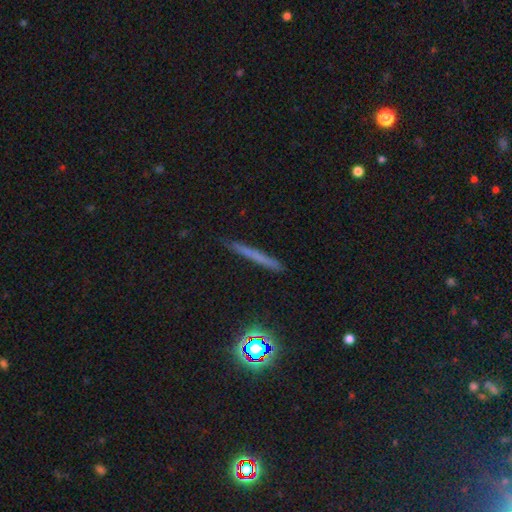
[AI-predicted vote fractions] Overall: smooth (52%; featured or disk 33%). How rounded: cigar-shaped (94%). Merging: none (89%).